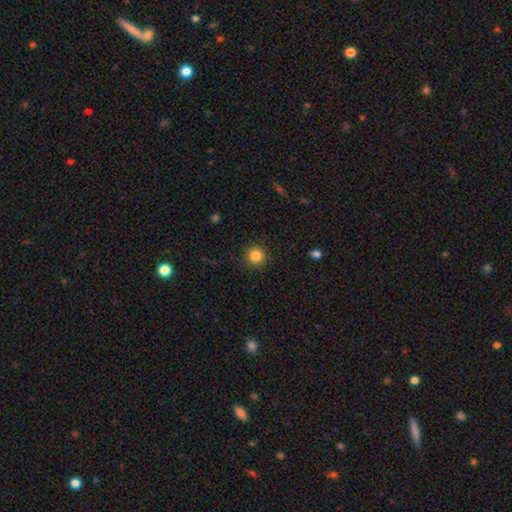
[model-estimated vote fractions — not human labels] smooth 84%, star or artifact 11%, featured or disk 5%. Down the decision tree: how rounded — round (95%); merging — none (91%).